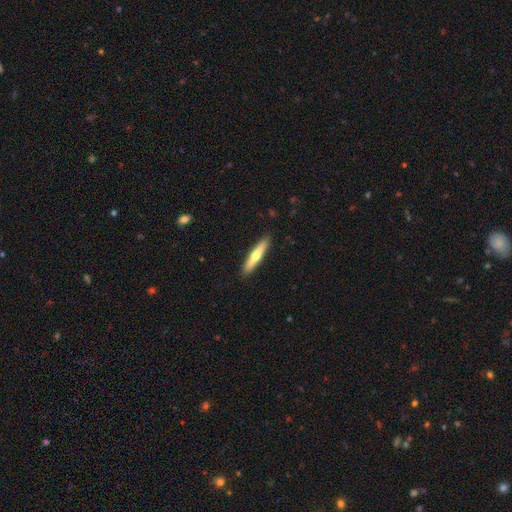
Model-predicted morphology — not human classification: smooth_or_featured: smooth (p=0.54) [alt: featured or disk p=0.41]
how_rounded: cigar-shaped (p=0.87) [alt: in between p=0.11]
merging: none (p=0.91) [alt: minor disturbance p=0.07]